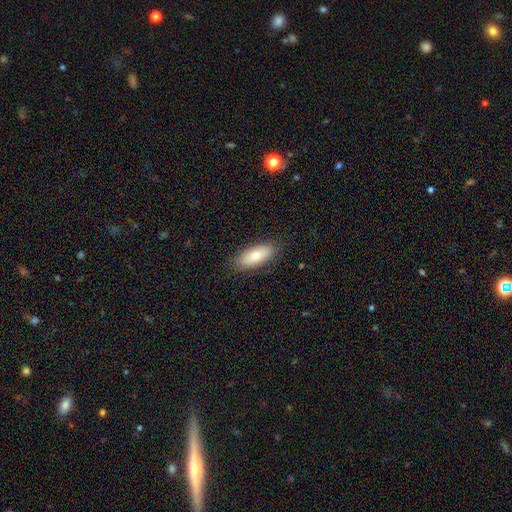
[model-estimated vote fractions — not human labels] A smooth galaxy with no disk features (75%) that is in between round and cigar-shaped (83%). Merging: none (86%).